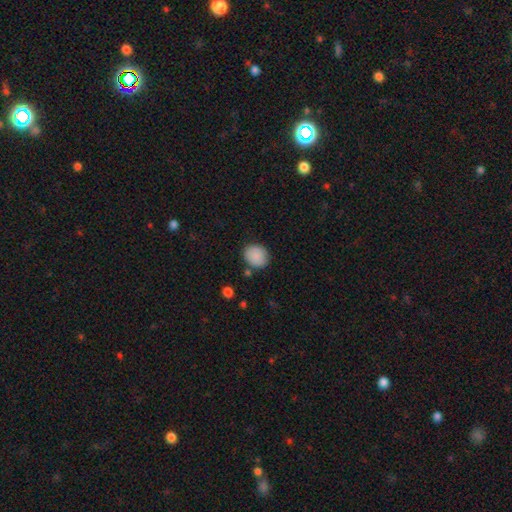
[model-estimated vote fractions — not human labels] Morphology: type=smooth (88%); roundness=round (71%); merging=none (81%).